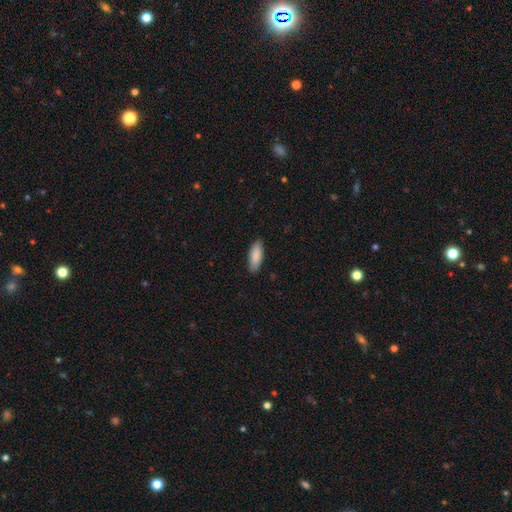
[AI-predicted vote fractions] Smooth or featured?
  - smooth: 88% *
  - featured or disk: 6%
  - star or artifact: 6%
How rounded?
  - in between: 71% *
  - cigar-shaped: 28%
  - round: 2%
Merging?
  - none: 87% *
  - minor disturbance: 10%
  - major disturbance: 2%
  - merger: 1%